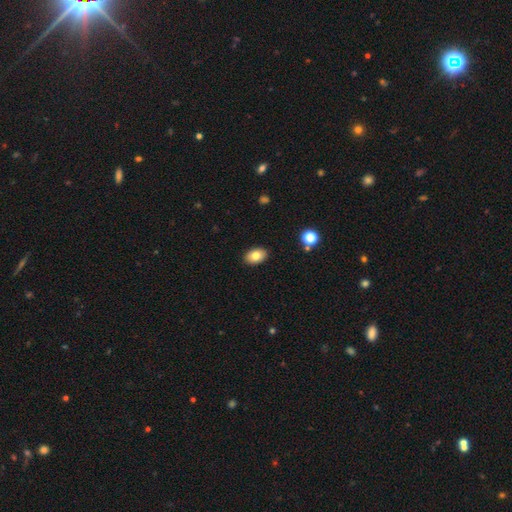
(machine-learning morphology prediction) Smooth or featured: smooth — 81% (featured or disk — 11%)
How rounded: in between — 86% (round — 13%)
Merging: none — 89% (minor disturbance — 8%)